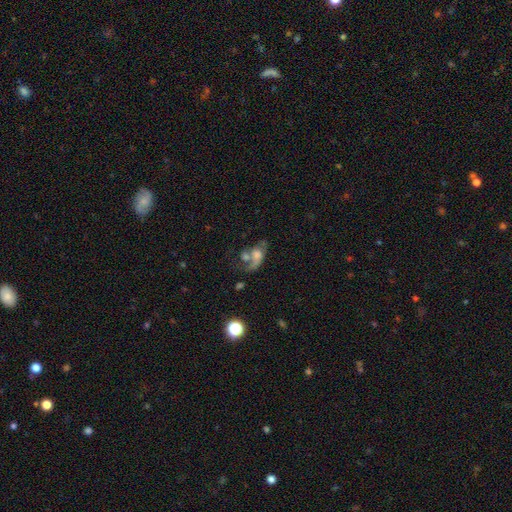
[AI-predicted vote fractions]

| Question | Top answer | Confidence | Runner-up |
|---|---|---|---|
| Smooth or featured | featured or disk | 51% | smooth (36%) |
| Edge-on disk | no | 94% | yes (6%) |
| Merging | merger | 37% | major disturbance (30%) |